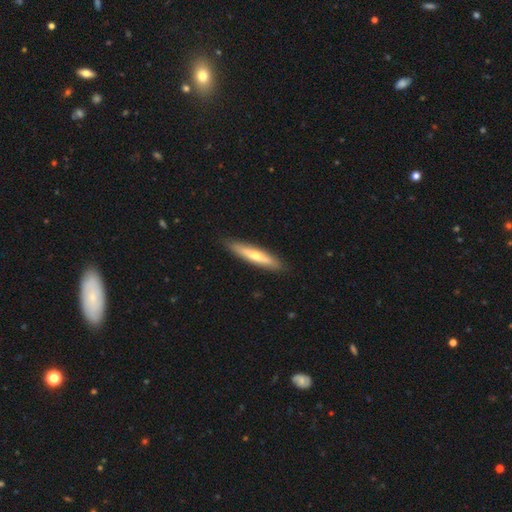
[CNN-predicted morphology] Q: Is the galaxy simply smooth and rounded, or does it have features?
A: smooth — 49%.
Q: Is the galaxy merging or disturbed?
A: none — 88%.